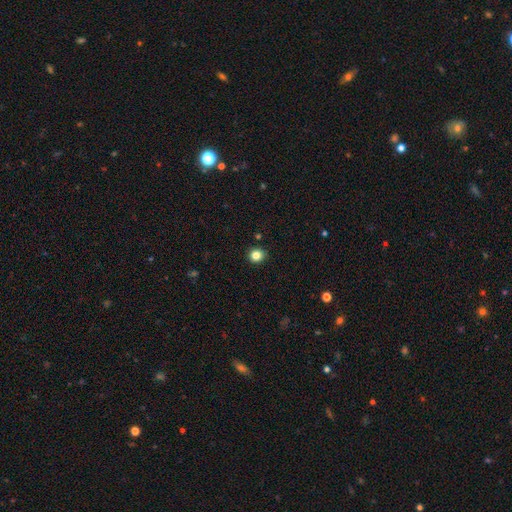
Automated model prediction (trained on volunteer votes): Q: Smooth or featured?
A: smooth (83%); runner-up: star or artifact (12%)
Q: How rounded?
A: round (84%); runner-up: in between (15%)
Q: Merging?
A: none (91%); runner-up: minor disturbance (6%)